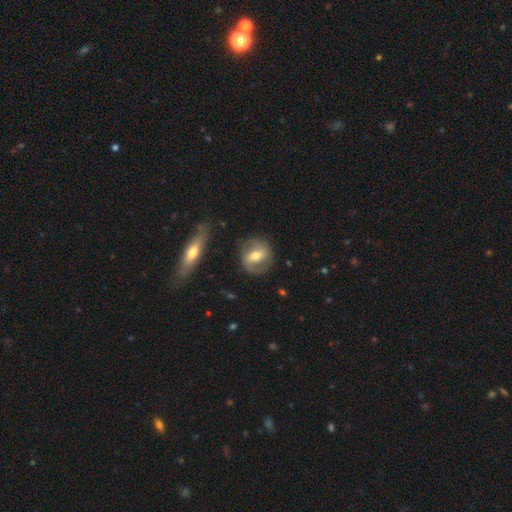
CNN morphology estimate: smooth-or-featured: featured or disk: 64% | smooth: 30% | star or artifact: 6%
  disk-edge-on: no: 93% | yes: 7%
    bar: weak: 43% | strong: 36% | no: 21%
    has-spiral-arms: yes: 79% | no: 21%
    bulge-size: moderate: 69% | small: 20% | large: 8% | none: 1% | dominant: 1%
  merging: none: 80% | minor disturbance: 13% | major disturbance: 5% | merger: 2%